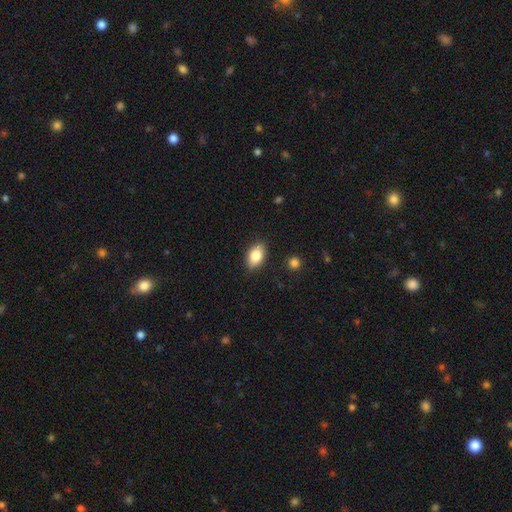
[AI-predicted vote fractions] The model was most divided on "smooth or featured": smooth: 82%, featured or disk: 10%, star or artifact: 7%. More confident: how rounded — in between (89%); merging — none (86%).